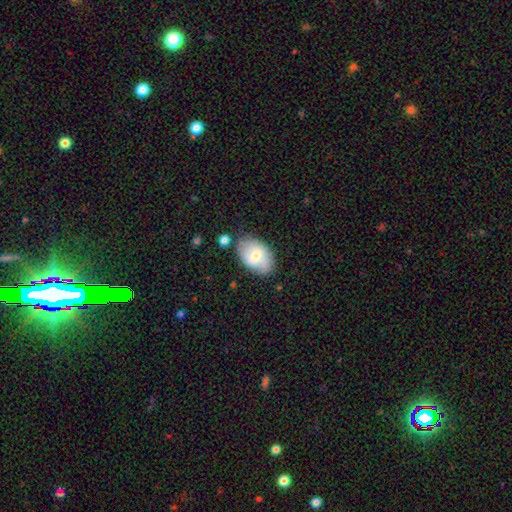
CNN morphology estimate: smooth 49%, featured or disk 44%, star or artifact 7%. Down the decision tree: merging — none (71%).